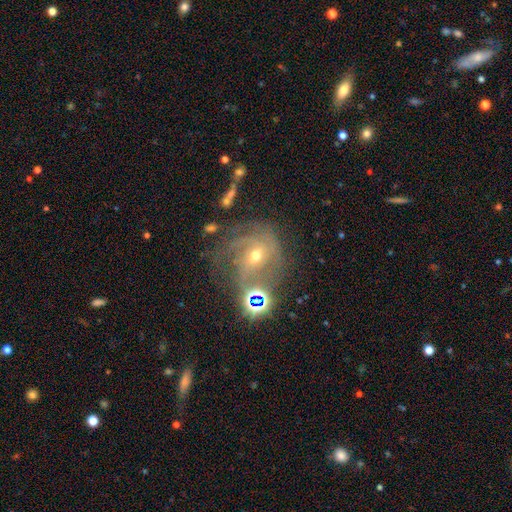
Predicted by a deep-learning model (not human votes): This appears to be a featured or disk galaxy (71%) with no bar (49%), tight (43%) spiral arms (90%) and a moderate central bulge (51%). Merging: none (48%).